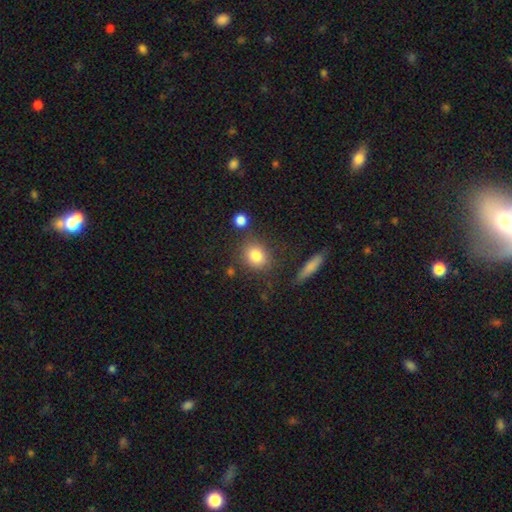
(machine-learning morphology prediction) Smooth or featured: smooth — 82% (star or artifact — 10%)
How rounded: round — 69% (in between — 29%)
Merging: none — 75% (minor disturbance — 12%)